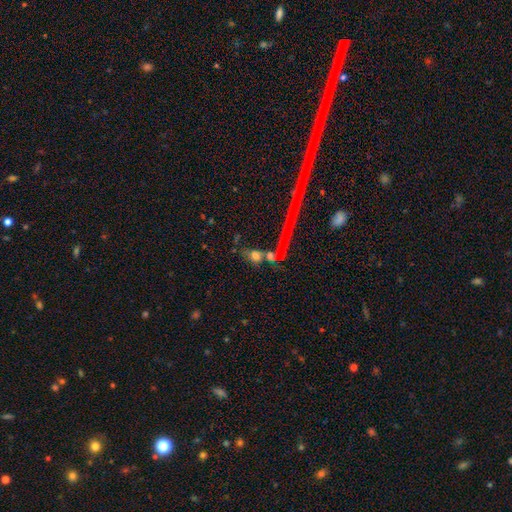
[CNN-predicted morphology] smooth_or_featured: smooth (p=0.56) [alt: featured or disk p=0.23]
how_rounded: round (p=0.44) [alt: in between p=0.41]
merging: none (p=0.52) [alt: merger p=0.23]